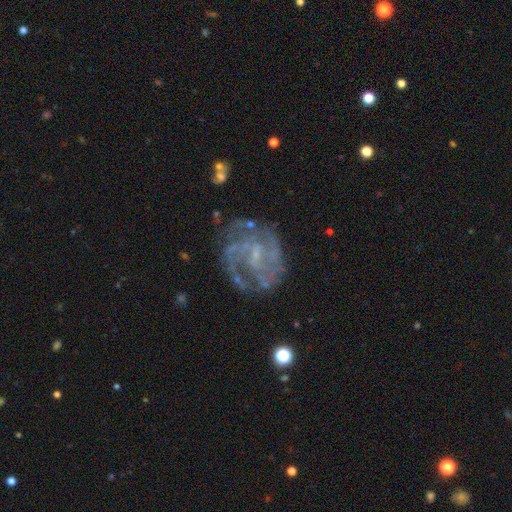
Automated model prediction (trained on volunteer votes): Smooth or featured? Predicted: featured or disk (p=0.82). Edge-on disk? Predicted: no (p=0.98). Bar? Predicted: weak (p=0.45). Spiral arms? Predicted: yes (p=0.90). Spiral winding? Predicted: medium (p=0.45). Spiral arm count? Predicted: 3 (p=0.27). Bulge size? Predicted: small (p=0.58). Merging? Predicted: none (p=0.68).